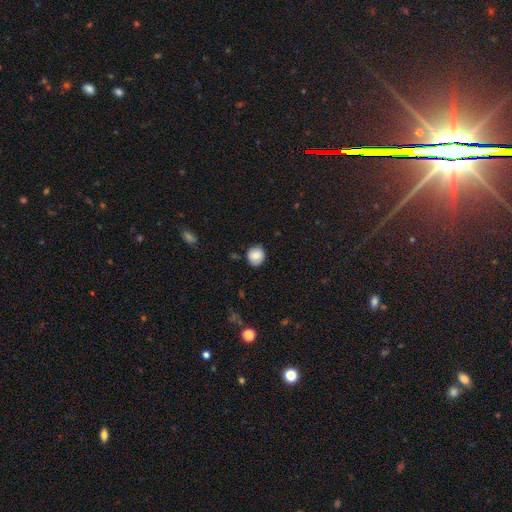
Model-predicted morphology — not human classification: type=smooth (82%); roundness=round (87%); merging=none (87%).